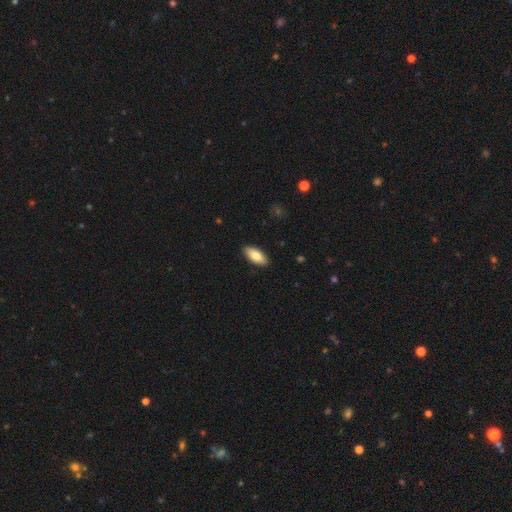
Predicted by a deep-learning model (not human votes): Q: Smooth or featured?
A: smooth (81%); runner-up: featured or disk (13%)
Q: How rounded?
A: in between (86%); runner-up: cigar-shaped (12%)
Q: Merging?
A: none (89%); runner-up: minor disturbance (8%)